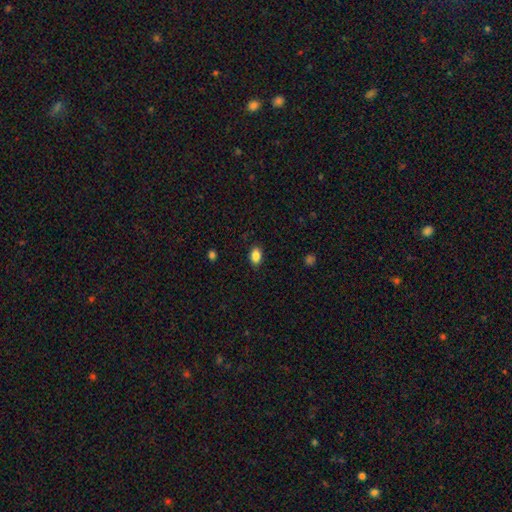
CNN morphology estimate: This appears to be a smooth galaxy with no disk features (87%) that is in between round and cigar-shaped (86%). Merging: none (88%).